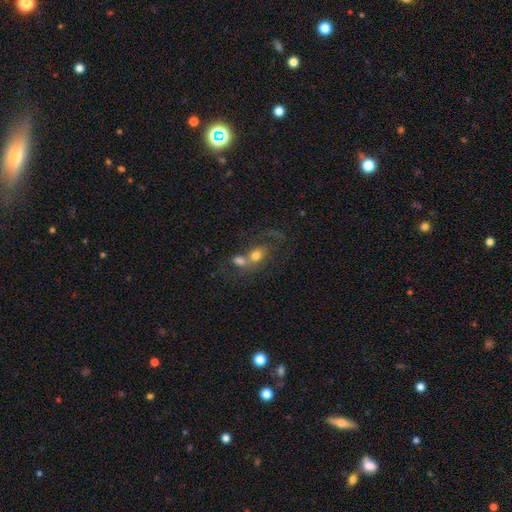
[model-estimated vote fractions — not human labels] A smooth galaxy with no disk features (60%) that is in between round and cigar-shaped (54%).

Vote fractions:
- Smooth or featured? smooth: 60% / featured or disk: 28% / star or artifact: 12%
- How rounded? in between: 54% / round: 43% / cigar-shaped: 3%
- Merging? merger: 67% / none: 17% / major disturbance: 9% / minor disturbance: 7%